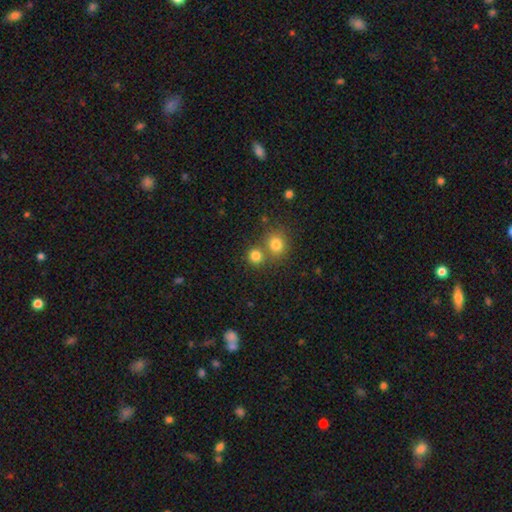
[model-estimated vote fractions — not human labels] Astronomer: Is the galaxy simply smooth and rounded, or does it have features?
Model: smooth — 80%.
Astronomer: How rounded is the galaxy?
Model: round — 86%.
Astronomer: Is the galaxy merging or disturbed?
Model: none — 59%.